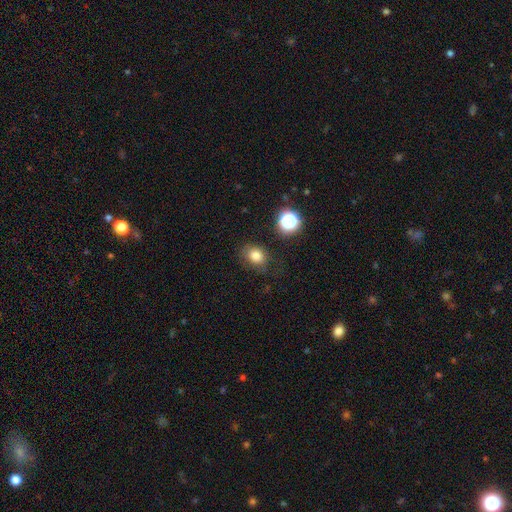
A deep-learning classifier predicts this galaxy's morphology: smooth_or_featured: smooth (p=0.79) [alt: star or artifact p=0.13]
how_rounded: in between (p=0.53) [alt: round p=0.46]
merging: none (p=0.74) [alt: minor disturbance p=0.17]